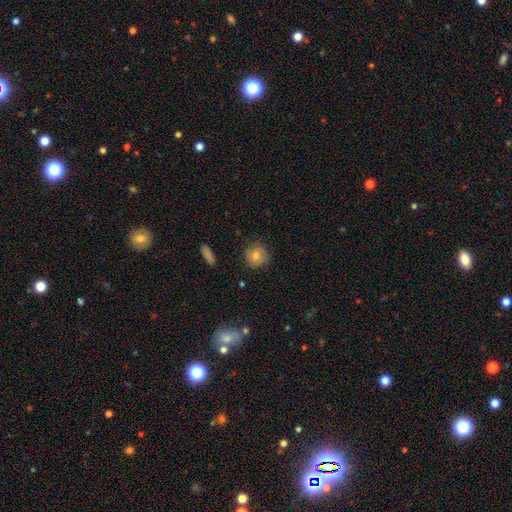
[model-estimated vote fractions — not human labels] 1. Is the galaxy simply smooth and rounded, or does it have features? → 72% smooth, 18% featured or disk, 11% star or artifact.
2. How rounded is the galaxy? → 90% round, 9% in between, 1% cigar-shaped.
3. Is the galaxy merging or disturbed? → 82% none, 13% minor disturbance, 3% major disturbance, 1% merger.